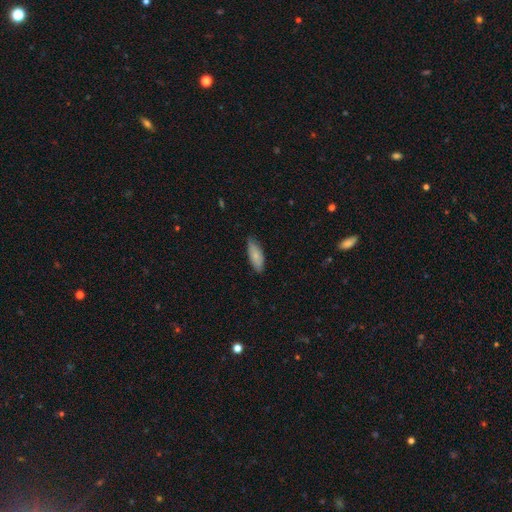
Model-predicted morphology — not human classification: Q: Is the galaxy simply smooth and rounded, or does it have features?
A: smooth — 74%.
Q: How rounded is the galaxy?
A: in between — 79%.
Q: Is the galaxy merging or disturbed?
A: none — 75%.